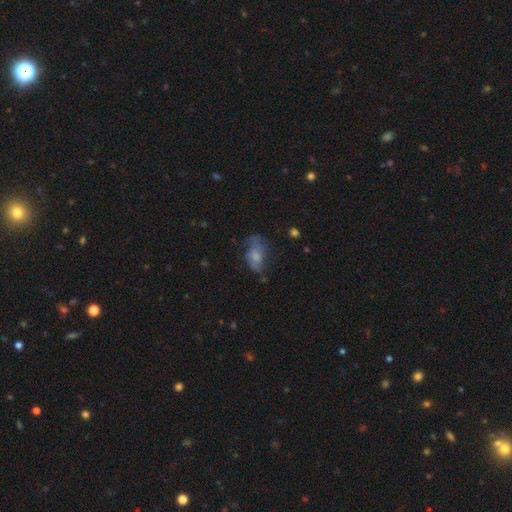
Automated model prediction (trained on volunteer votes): This is possibly a smooth galaxy (51%). How rounded: clearly in between (88%). Merging: marginally none (43%).